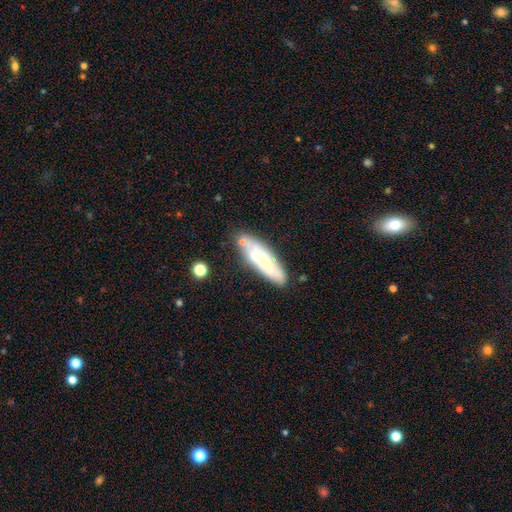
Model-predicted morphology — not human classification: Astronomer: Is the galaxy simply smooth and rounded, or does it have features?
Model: smooth — 47% (runner-up: featured or disk, 45%).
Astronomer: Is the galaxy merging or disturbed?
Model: none — 67%.